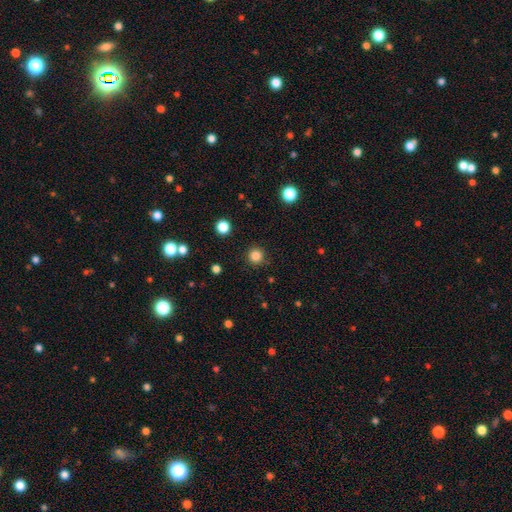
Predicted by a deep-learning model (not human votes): This appears to be a smooth galaxy with no disk features (83%) that is round (96%). Merging: none (91%).